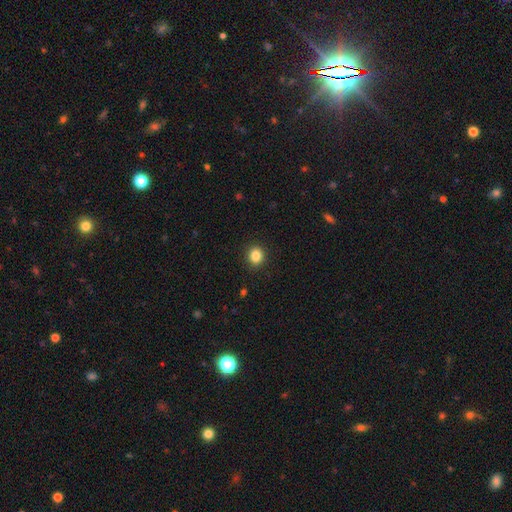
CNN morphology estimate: This is clearly a smooth galaxy (85%). How rounded: likely round (79%). Merging: clearly none (91%).